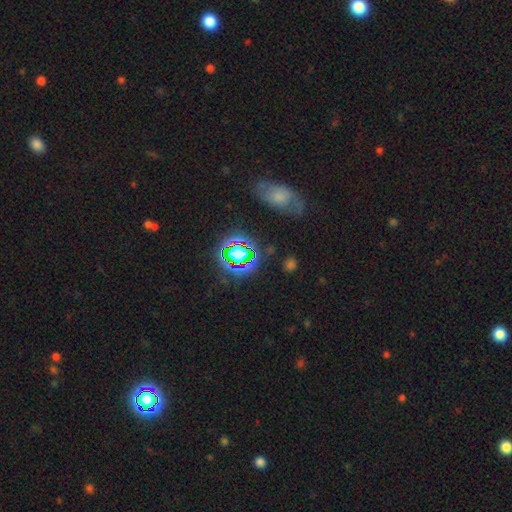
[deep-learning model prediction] Smooth or featured: star or artifact — 54% (smooth — 23%)